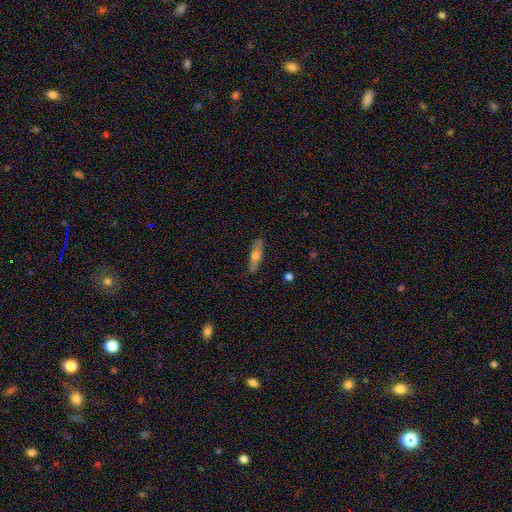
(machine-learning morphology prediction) This appears to be a smooth galaxy with no disk features (55%) that is cigar-shaped (57%). Merging: none (87%).